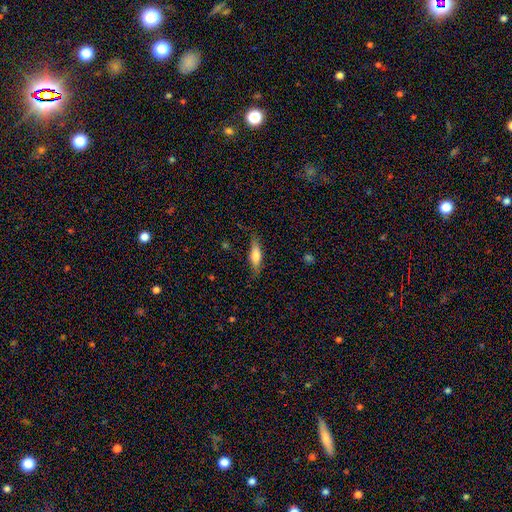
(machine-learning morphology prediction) type=smooth (64%); roundness=cigar-shaped (54%); merging=none (77%).